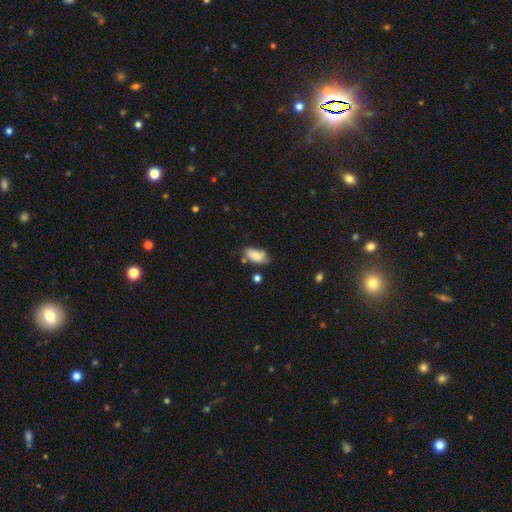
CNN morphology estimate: Smooth or featured? Predicted: smooth (p=0.78). How rounded? Predicted: in between (p=0.89). Merging? Predicted: none (p=0.56).